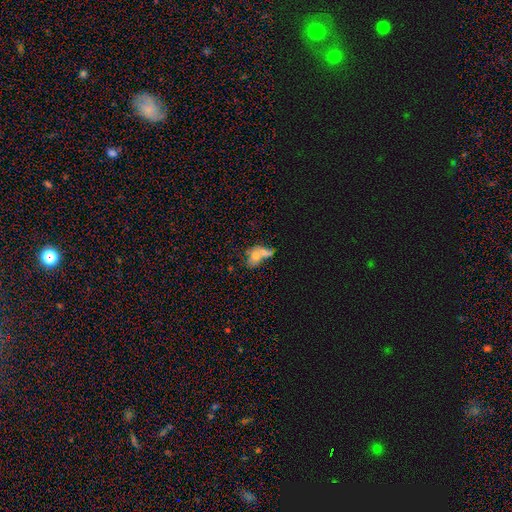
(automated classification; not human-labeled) The model was most divided on "how rounded": in between: 62%, round: 35%, cigar-shaped: 3%. More confident: merging — merger (65%); smooth or featured — smooth (60%).